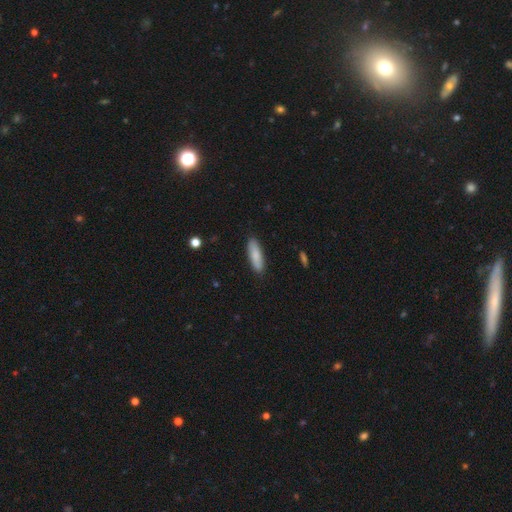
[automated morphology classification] type=smooth (83%); roundness=cigar-shaped (53%); merging=none (89%).